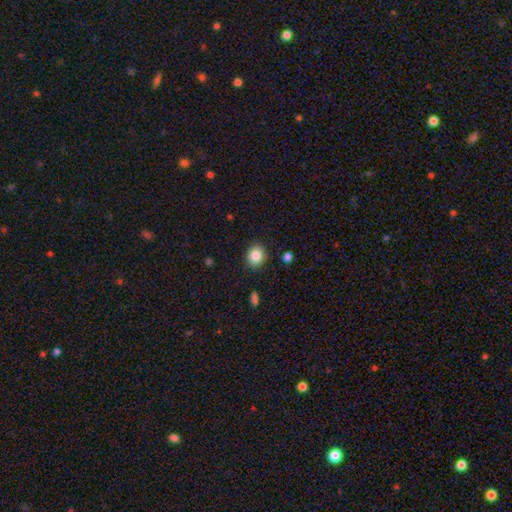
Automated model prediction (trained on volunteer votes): smooth-or-featured: smooth: 85% | star or artifact: 9% | featured or disk: 6%
  how-rounded: round: 65% | in between: 34% | cigar-shaped: 1%
  merging: none: 88% | minor disturbance: 8% | major disturbance: 2% | merger: 2%